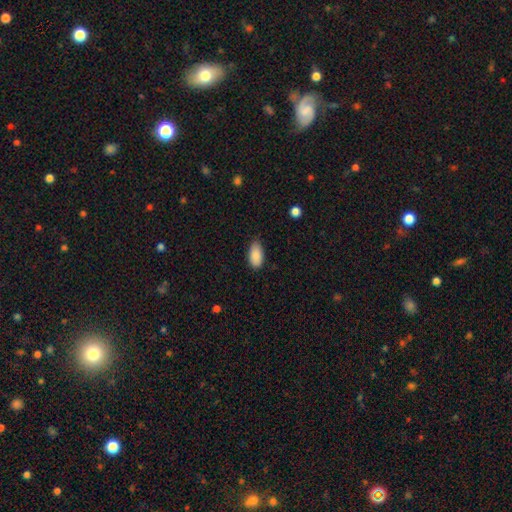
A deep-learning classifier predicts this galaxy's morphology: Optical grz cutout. It shows a smooth galaxy with no disk features (88%) that is in between round and cigar-shaped (93%). Merging: none (76%).